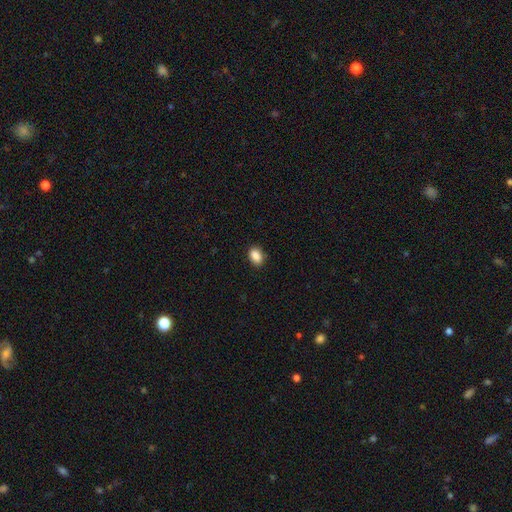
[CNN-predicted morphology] Smooth or featured? smooth (89%)
How rounded? in between (81%)
Merging? none (87%)